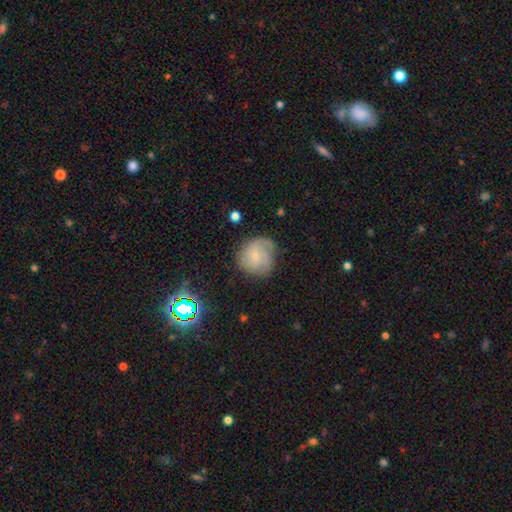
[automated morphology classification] Smooth or featured? featured or disk (49%)
Merging? none (63%)